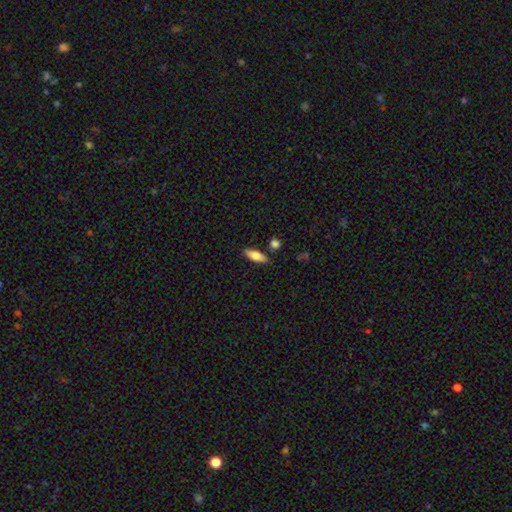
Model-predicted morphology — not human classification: A smooth galaxy with no disk features (72%) that is in between round and cigar-shaped (65%). Merging: none (83%).